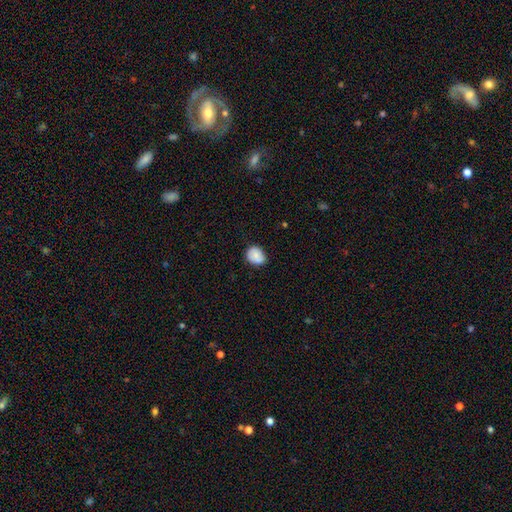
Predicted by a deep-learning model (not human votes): smooth_or_featured: smooth (p=0.81) [alt: featured or disk p=0.11]
how_rounded: round (p=0.55) [alt: in between p=0.44]
merging: none (p=0.69) [alt: minor disturbance p=0.24]